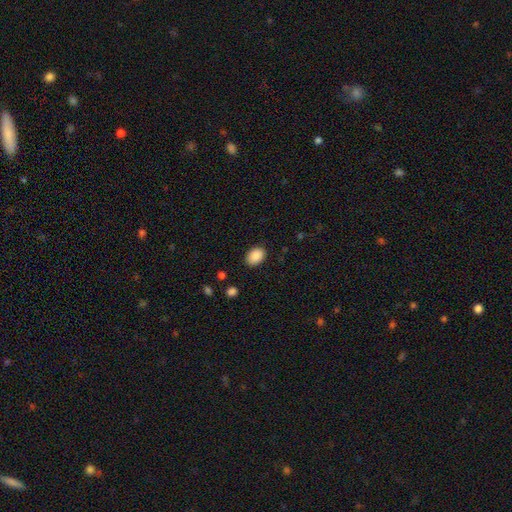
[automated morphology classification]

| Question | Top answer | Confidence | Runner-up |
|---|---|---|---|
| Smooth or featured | smooth | 90% | star or artifact (7%) |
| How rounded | in between | 79% | round (20%) |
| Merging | none | 87% | minor disturbance (10%) |